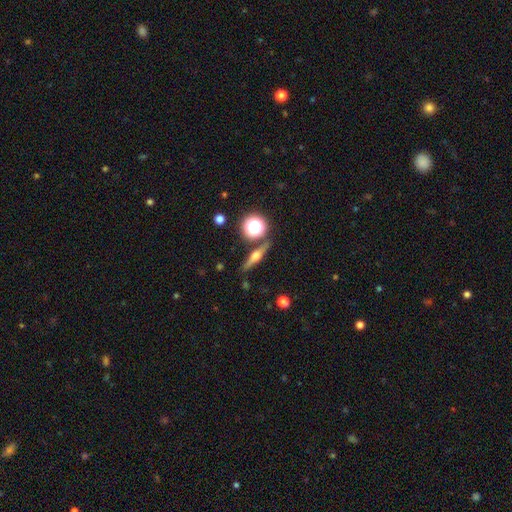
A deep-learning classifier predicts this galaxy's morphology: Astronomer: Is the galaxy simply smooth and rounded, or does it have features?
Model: featured or disk — 64%.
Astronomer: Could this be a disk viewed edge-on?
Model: yes — 95%.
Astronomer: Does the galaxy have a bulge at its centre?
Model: rounded — 93%.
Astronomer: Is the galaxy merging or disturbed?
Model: none — 85%.